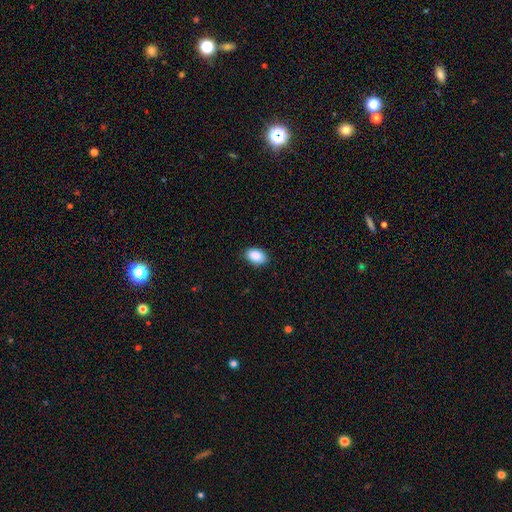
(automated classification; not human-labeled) Smooth or featured? Predicted: smooth (p=0.89). How rounded? Predicted: in between (p=0.91). Merging? Predicted: none (p=0.87).